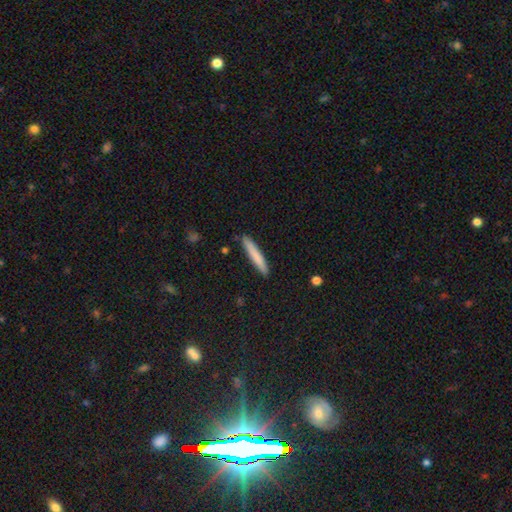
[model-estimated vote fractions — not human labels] smooth_or_featured: smooth (p=0.77) [alt: featured or disk p=0.16]
how_rounded: cigar-shaped (p=0.95) [alt: in between p=0.04]
merging: none (p=0.89) [alt: minor disturbance p=0.08]